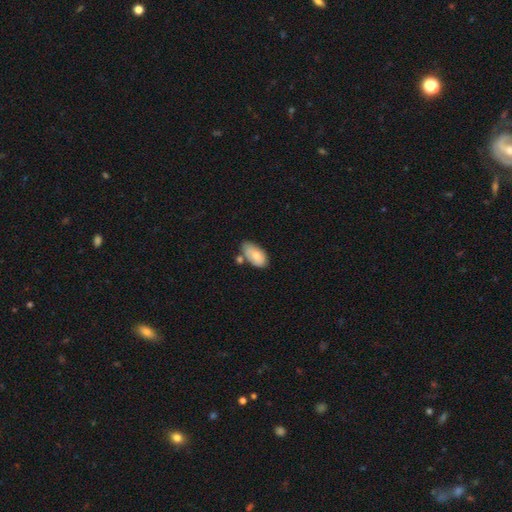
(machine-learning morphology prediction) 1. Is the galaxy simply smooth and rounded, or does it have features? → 74% smooth, 20% featured or disk, 6% star or artifact.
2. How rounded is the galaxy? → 93% in between, 4% round, 3% cigar-shaped.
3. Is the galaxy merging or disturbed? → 52% none, 24% minor disturbance, 18% merger, 6% major disturbance.